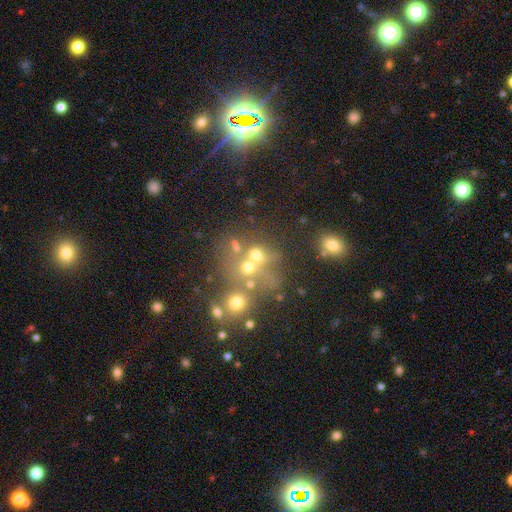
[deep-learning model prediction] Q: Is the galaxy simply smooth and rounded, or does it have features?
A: smooth — 55%.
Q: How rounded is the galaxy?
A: round — 72%.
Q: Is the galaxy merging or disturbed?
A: merger — 43%.